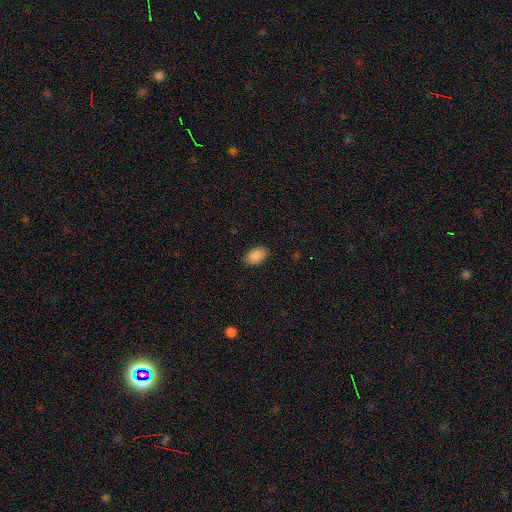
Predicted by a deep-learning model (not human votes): This appears to be a smooth galaxy with no disk features (90%) that is in between round and cigar-shaped (92%). Merging: none (87%).